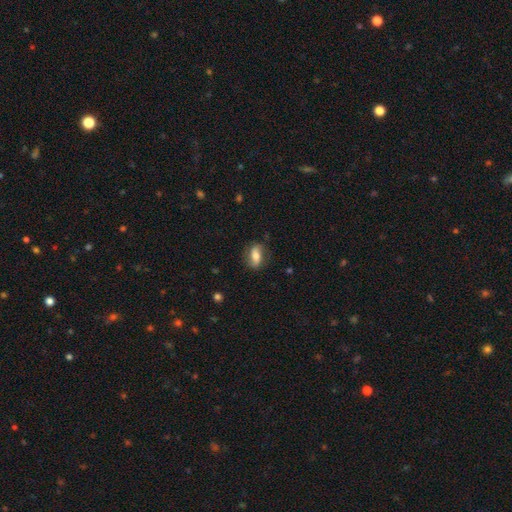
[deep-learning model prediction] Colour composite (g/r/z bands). It shows a smooth galaxy with no disk features (62%) that is in between round and cigar-shaped (80%). Merging: none (75%).